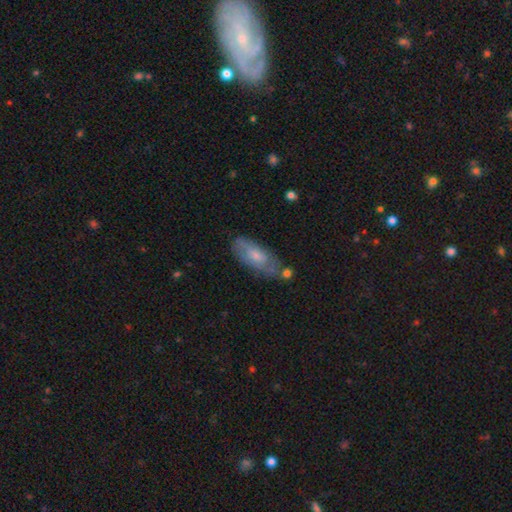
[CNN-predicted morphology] Smooth or featured: smooth — 56% (featured or disk — 37%)
How rounded: in between — 77% (cigar-shaped — 21%)
Merging: none — 61% (minor disturbance — 24%)